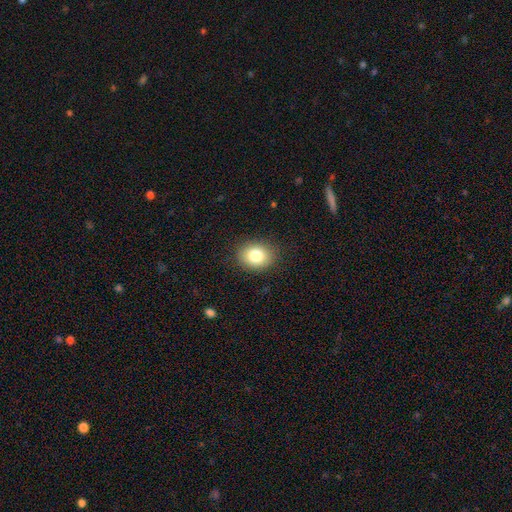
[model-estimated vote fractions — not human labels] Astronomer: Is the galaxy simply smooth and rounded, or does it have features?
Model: smooth — 82%.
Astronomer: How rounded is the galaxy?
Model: round — 50% (runner-up: in between, 49%).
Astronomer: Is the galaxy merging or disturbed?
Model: none — 88%.